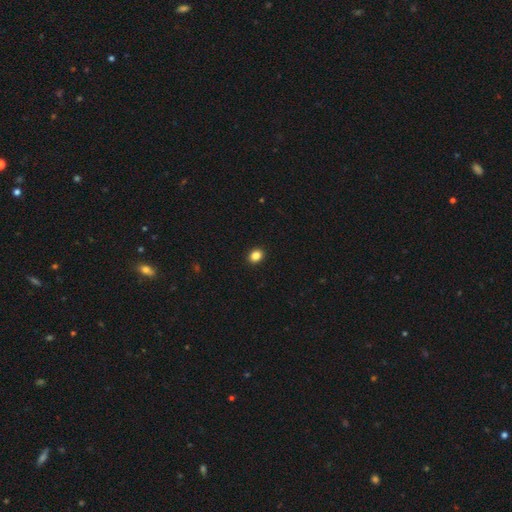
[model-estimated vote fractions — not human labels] Overall: smooth (86%). How rounded: round (53%; in between 47%). Merging: none (92%).